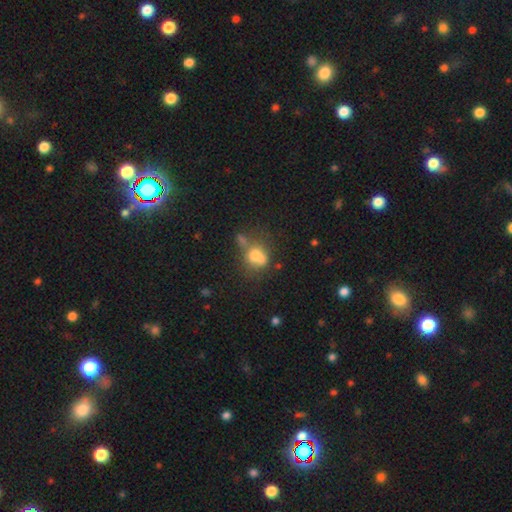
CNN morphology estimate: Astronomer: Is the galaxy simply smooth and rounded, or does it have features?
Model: smooth — 67%.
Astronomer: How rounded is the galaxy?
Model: round — 68%.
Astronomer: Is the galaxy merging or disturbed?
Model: merger — 42% (runner-up: none, 32%).